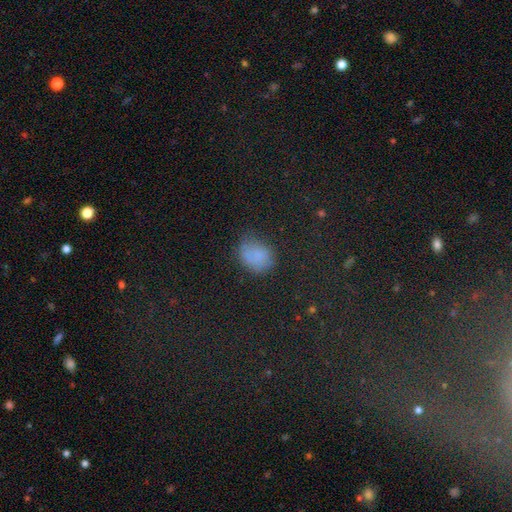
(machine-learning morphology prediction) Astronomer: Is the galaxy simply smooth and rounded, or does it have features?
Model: smooth — 75%.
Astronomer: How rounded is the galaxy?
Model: in between — 57% (runner-up: round, 41%).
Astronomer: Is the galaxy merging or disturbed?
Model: none — 57%.